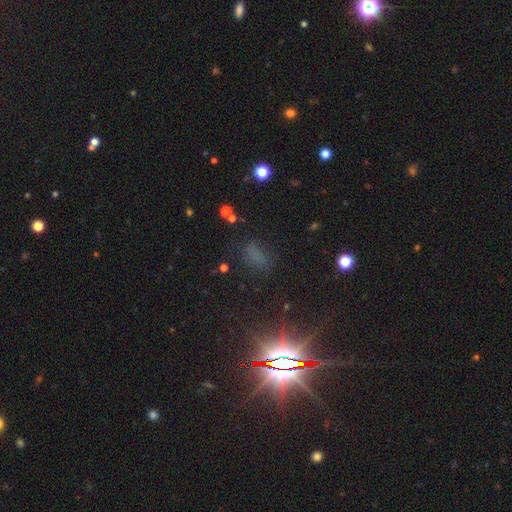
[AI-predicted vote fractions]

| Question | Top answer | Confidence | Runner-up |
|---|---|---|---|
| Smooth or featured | smooth | 49% | star or artifact (42%) |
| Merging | none | 71% | minor disturbance (16%) |